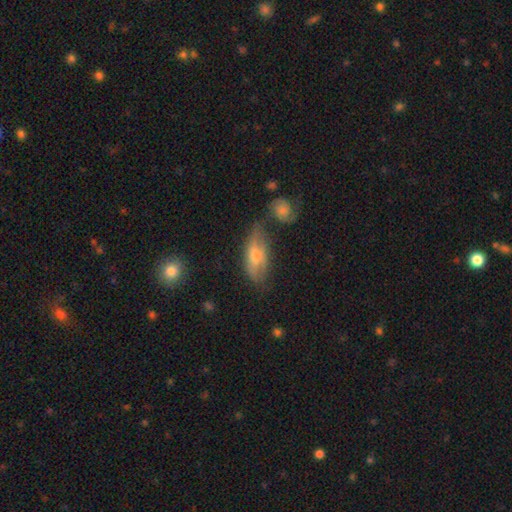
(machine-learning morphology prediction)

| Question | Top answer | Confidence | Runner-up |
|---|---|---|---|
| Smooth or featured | smooth | 49% | featured or disk (43%) |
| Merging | none | 53% | minor disturbance (28%) |